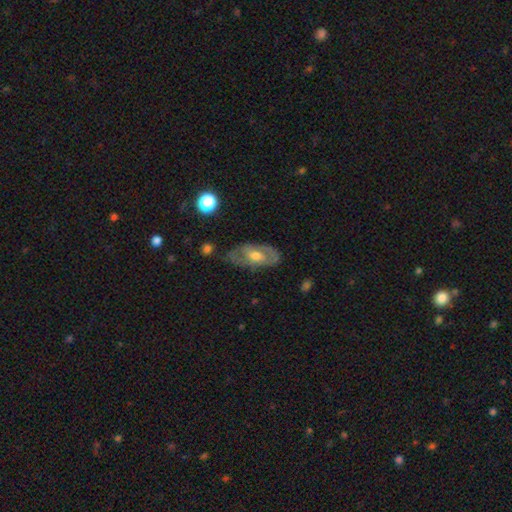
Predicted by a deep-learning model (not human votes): smooth-or-featured: featured or disk: 67% | smooth: 26% | star or artifact: 7%
  disk-edge-on: no: 88% | yes: 12%
    bar: no: 51% | weak: 37% | strong: 12%
    has-spiral-arms: yes: 58% | no: 42%
    bulge-size: moderate: 67% | small: 23% | large: 7% | none: 2% | dominant: 1%
  merging: none: 72% | minor disturbance: 20% | major disturbance: 6% | merger: 2%